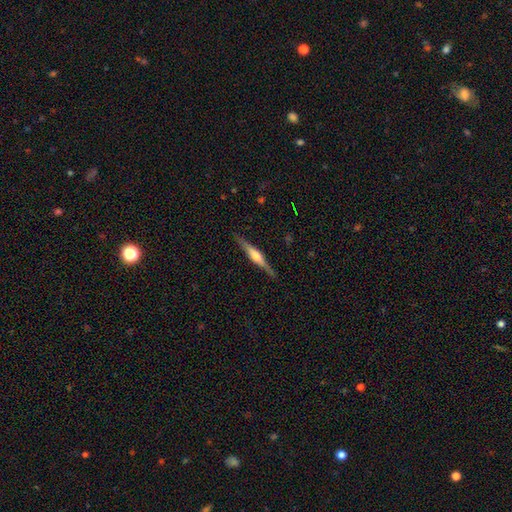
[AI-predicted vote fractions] smooth-or-featured: featured or disk: 74% | smooth: 20% | star or artifact: 6%
  disk-edge-on: yes: 98% | no: 2%
    edge-on-bulge: rounded: 83% | boxy: 13% | none: 4%
  merging: none: 89% | minor disturbance: 8% | major disturbance: 2% | merger: 1%